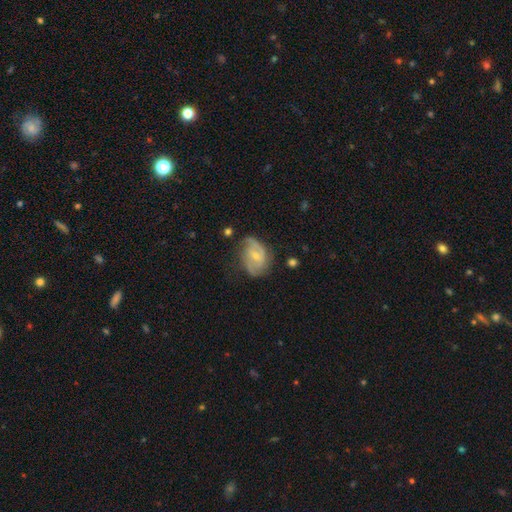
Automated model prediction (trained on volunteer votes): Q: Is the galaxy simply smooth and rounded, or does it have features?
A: featured or disk — 75%.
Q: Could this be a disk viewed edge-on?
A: no — 97%.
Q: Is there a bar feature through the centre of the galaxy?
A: weak — 49%.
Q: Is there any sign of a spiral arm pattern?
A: yes — 91%.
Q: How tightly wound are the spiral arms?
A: medium — 47%.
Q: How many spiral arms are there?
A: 2 — 66%.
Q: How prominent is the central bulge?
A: small — 61%.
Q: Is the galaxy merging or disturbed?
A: none — 59%.